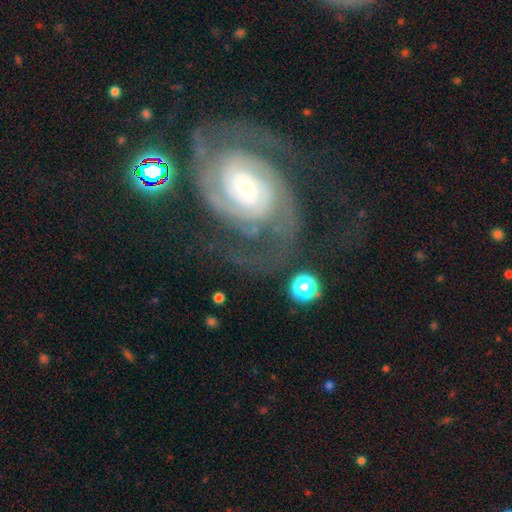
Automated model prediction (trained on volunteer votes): Overall: featured or disk (90%). Edge-on disk: no (98%). Bar: no (42%; weak 39%). Spiral arms: yes (98%). Spiral arm count: 2 (69%). Spiral winding: tight (57%; medium 36%). Bulge size: moderate (41%; small 35%). Merging: none (70%).